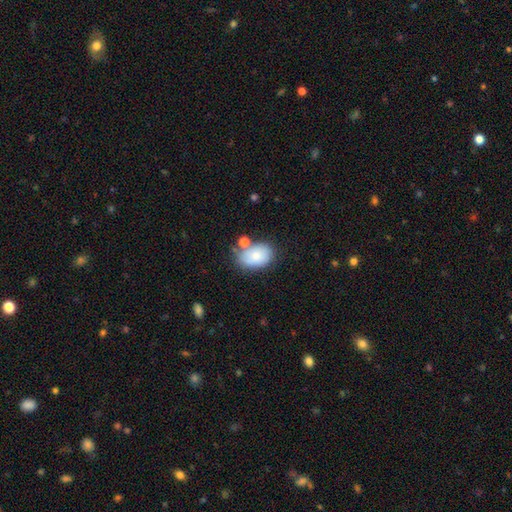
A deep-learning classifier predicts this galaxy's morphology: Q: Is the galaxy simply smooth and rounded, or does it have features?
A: smooth — 79%.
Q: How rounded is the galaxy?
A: in between — 84%.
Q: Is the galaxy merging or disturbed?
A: none — 61%.